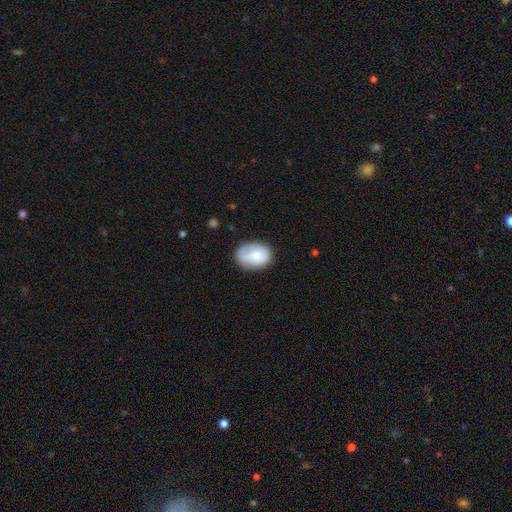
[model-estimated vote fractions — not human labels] This appears to be a smooth galaxy with no disk features (67%) that is in between round and cigar-shaped (74%). Merging: none (67%).